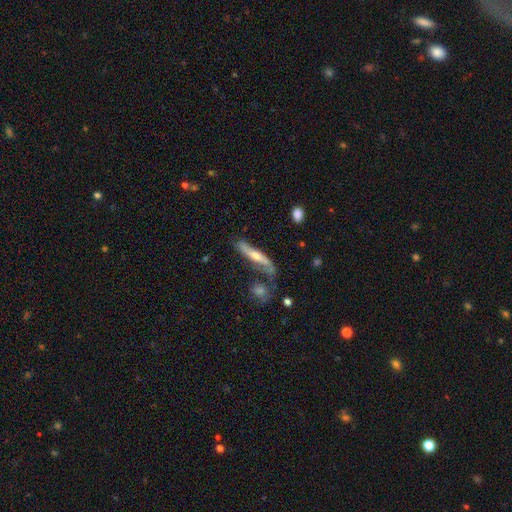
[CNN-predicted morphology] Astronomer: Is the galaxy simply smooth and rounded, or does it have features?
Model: featured or disk — 60%.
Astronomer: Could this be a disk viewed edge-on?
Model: yes — 71%.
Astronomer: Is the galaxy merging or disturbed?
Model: none — 58%.